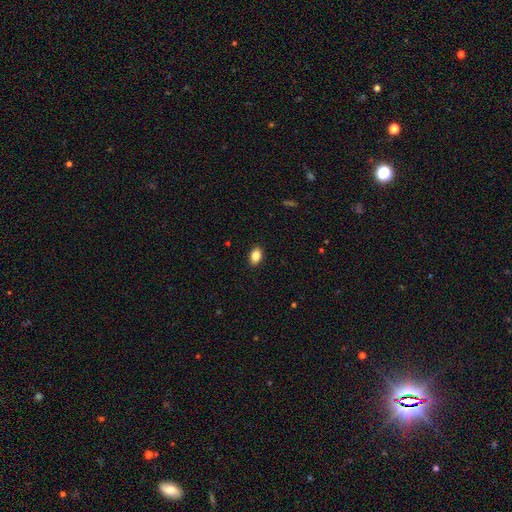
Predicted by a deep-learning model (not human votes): Smooth or featured? Predicted: smooth (p=0.86). How rounded? Predicted: in between (p=0.85). Merging? Predicted: none (p=0.90).